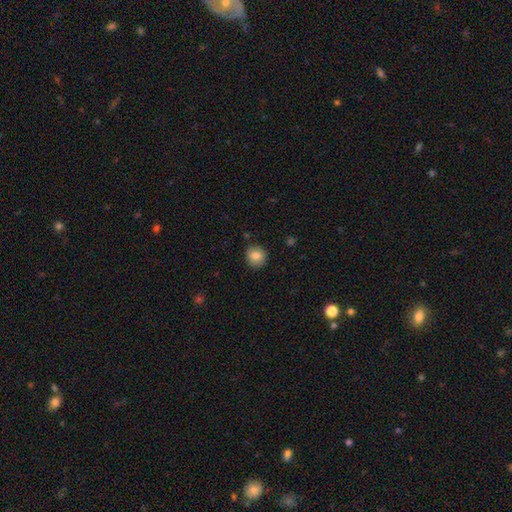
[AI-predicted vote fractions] Morphology: type=smooth (84%); roundness=round (89%); merging=none (87%).